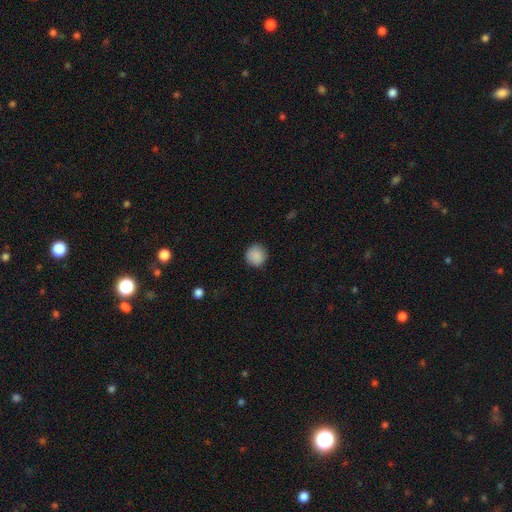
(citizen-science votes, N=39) Smooth or featured: smooth — 90% (featured or disk — 5%)
How rounded: round — 94% (in between — 6%)
Merging: none — 89% (minor disturbance — 8%)